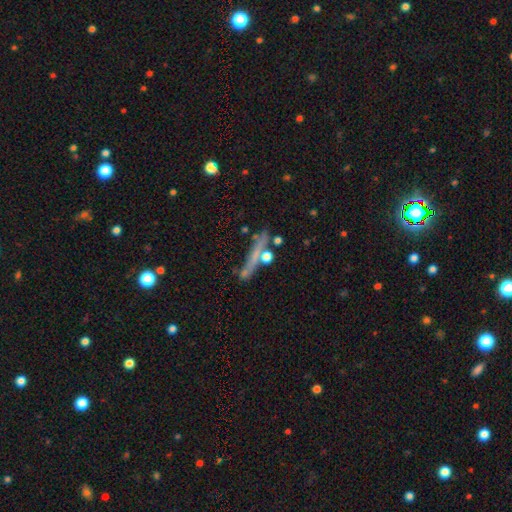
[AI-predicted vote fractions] This is possibly a smooth galaxy (46%). Merging: likely none (68%).